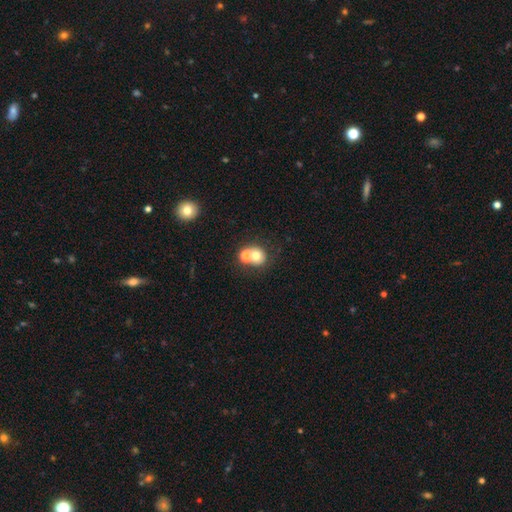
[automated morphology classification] The model was most divided on "merging": merger: 48%, none: 41%, minor disturbance: 7%, major disturbance: 4%. More confident: how rounded — round (77%); smooth or featured — smooth (67%).